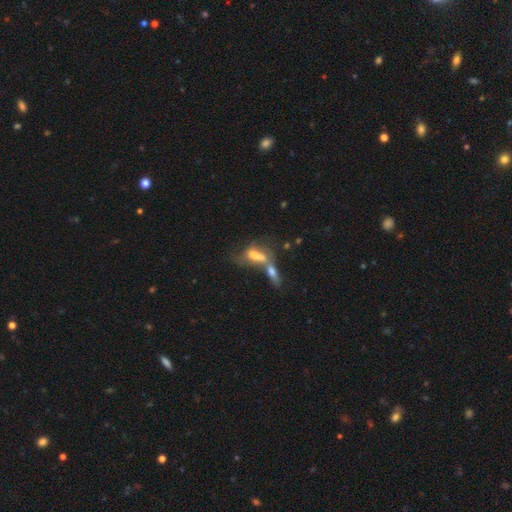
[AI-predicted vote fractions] This is possibly a smooth galaxy (48%). Merging: possibly merger (59%).